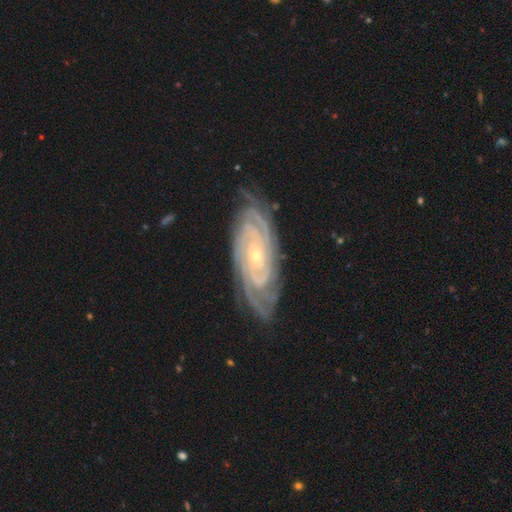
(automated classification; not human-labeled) This is clearly a featured or disk galaxy (91%). It is clearly not viewed edge-on (94%). Bar: likely no (67%). Spiral arm pattern: clearly yes (98%). Spiral arm count: marginally 4 (25%). Spiral winding: clearly tight (82%). Central bulge: likely small (76%). Merging: likely none (79%).